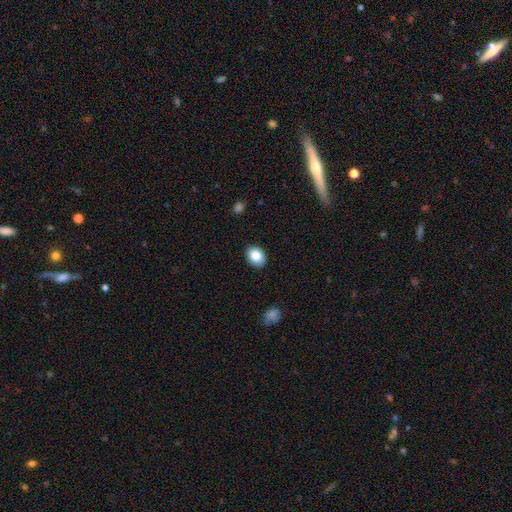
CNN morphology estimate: Q: Smooth or featured?
A: smooth (85%); runner-up: star or artifact (8%)
Q: How rounded?
A: in between (67%); runner-up: round (32%)
Q: Merging?
A: none (89%); runner-up: minor disturbance (9%)